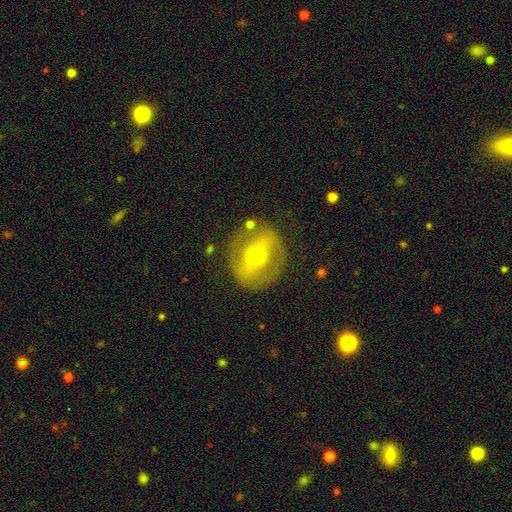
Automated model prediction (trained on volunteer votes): Smooth or featured: featured or disk — 59% (smooth — 33%)
Edge-on disk: no — 92% (yes — 8%)
Bar: no — 39% (strong — 36%)
Spiral arms: no — 65% (yes — 35%)
Bulge size: small — 59% (moderate — 36%)
Merging: none — 77% (minor disturbance — 13%)